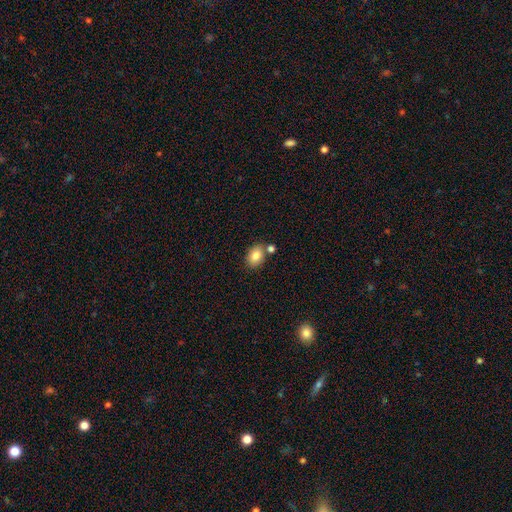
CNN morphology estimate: A smooth galaxy with no disk features (83%) that is in between round and cigar-shaped (73%).

Vote fractions:
- Smooth or featured? smooth: 83% / star or artifact: 8% / featured or disk: 8%
- How rounded? in between: 73% / round: 26% / cigar-shaped: 1%
- Merging? none: 71% / merger: 15% / minor disturbance: 11% / major disturbance: 3%